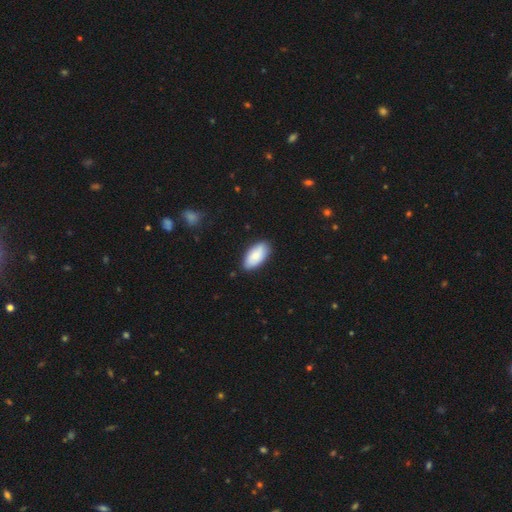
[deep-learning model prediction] A smooth galaxy with no disk features (84%) that is in between round and cigar-shaped (94%). Merging: none (85%).